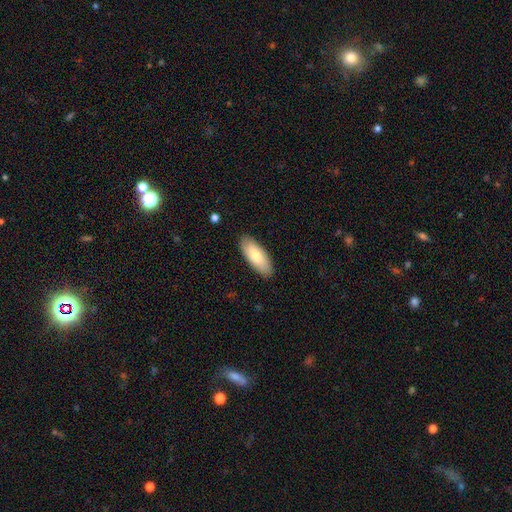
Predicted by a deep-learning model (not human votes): A smooth galaxy with no disk features (77%) that is in between round and cigar-shaped (77%). Merging: none (88%).